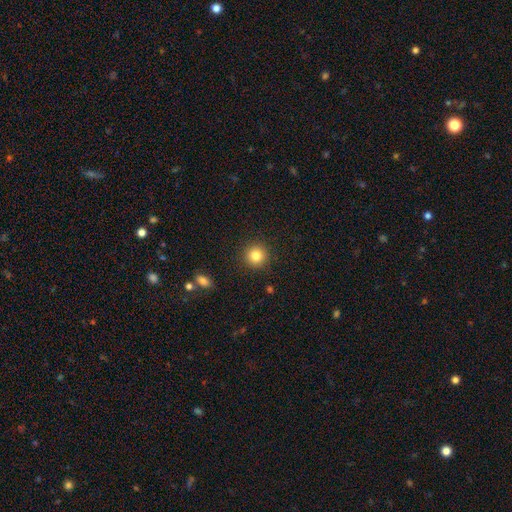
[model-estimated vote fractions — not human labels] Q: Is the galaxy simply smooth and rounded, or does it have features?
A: smooth — 83%.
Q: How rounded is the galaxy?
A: round — 95%.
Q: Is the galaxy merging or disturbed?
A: none — 91%.